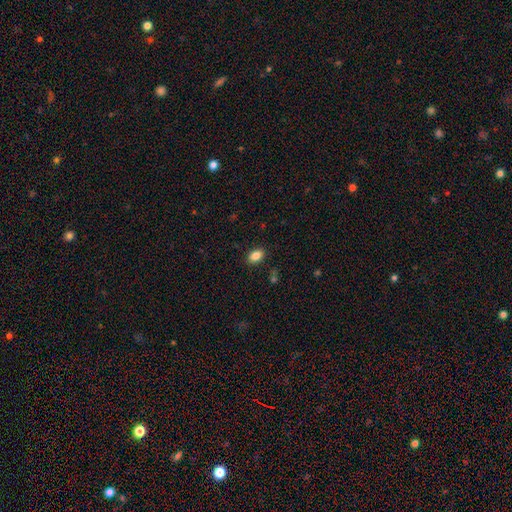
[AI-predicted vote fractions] Smooth or featured? smooth (86%)
How rounded? in between (85%)
Merging? none (87%)